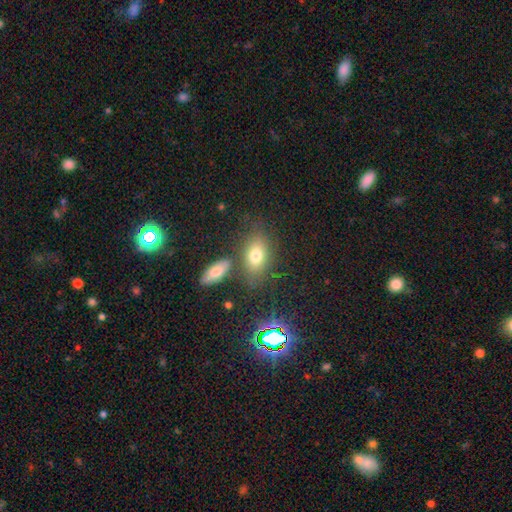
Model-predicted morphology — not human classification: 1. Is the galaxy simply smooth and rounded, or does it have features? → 73% smooth, 14% featured or disk, 13% star or artifact.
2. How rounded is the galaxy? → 82% in between, 14% round, 3% cigar-shaped.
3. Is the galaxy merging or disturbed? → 70% none, 13% minor disturbance, 12% merger, 5% major disturbance.